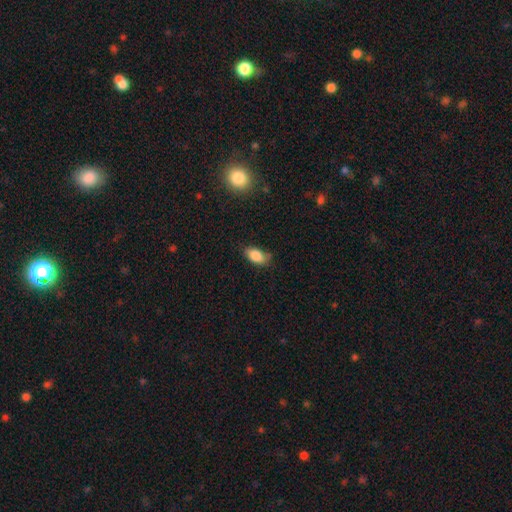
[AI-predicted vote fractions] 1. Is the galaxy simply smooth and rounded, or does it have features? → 85% smooth, 8% star or artifact, 7% featured or disk.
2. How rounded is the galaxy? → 91% in between, 6% round, 4% cigar-shaped.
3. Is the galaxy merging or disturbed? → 69% none, 24% minor disturbance, 5% major disturbance, 2% merger.